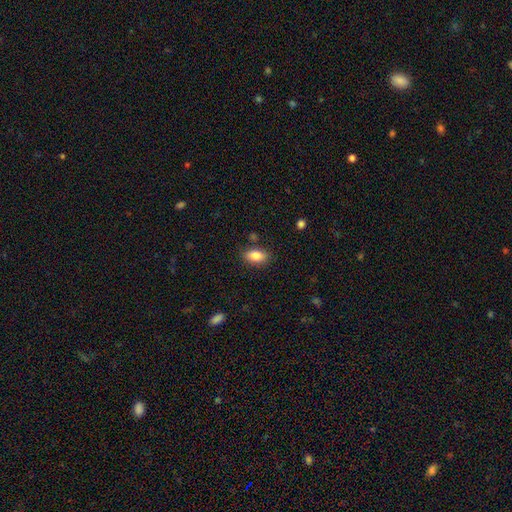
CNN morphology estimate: smooth-or-featured: smooth: 84% | star or artifact: 8% | featured or disk: 8%
  how-rounded: in between: 89% | round: 7% | cigar-shaped: 4%
  merging: none: 84% | minor disturbance: 11% | major disturbance: 3% | merger: 3%